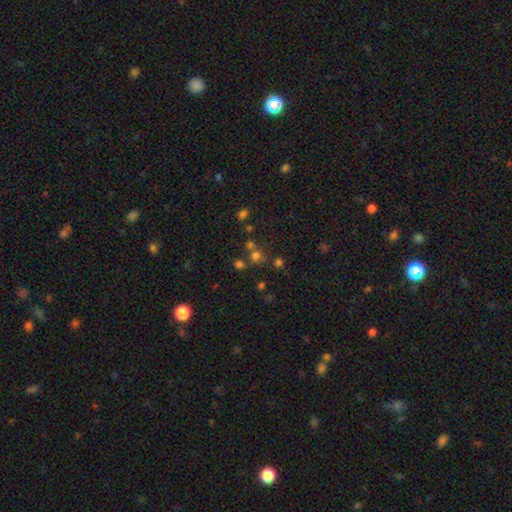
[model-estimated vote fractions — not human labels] Smooth or featured?
  - smooth: 60% *
  - star or artifact: 30%
  - featured or disk: 10%
How rounded?
  - round: 86% *
  - in between: 13%
  - cigar-shaped: 1%
Merging?
  - none: 63% *
  - merger: 25%
  - minor disturbance: 8%
  - major disturbance: 4%